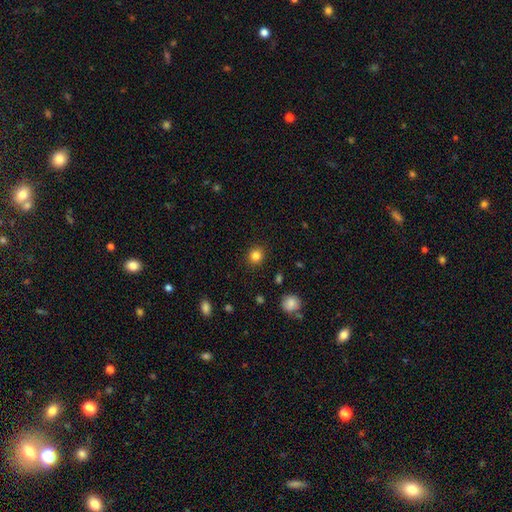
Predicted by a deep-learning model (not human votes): Overall: smooth (83%). How rounded: round (87%). Merging: none (90%).